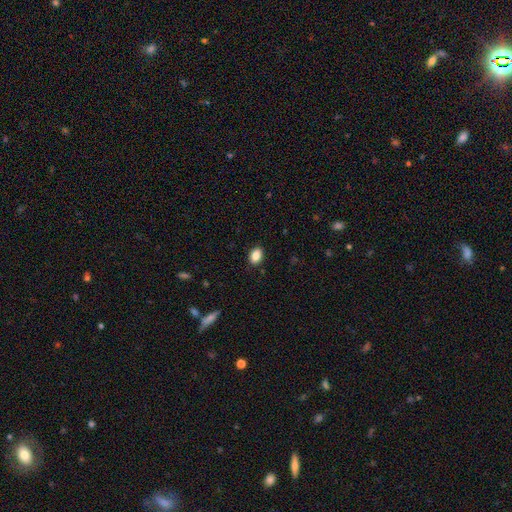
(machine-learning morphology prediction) Overall: smooth (87%). How rounded: in between (80%). Merging: none (89%).